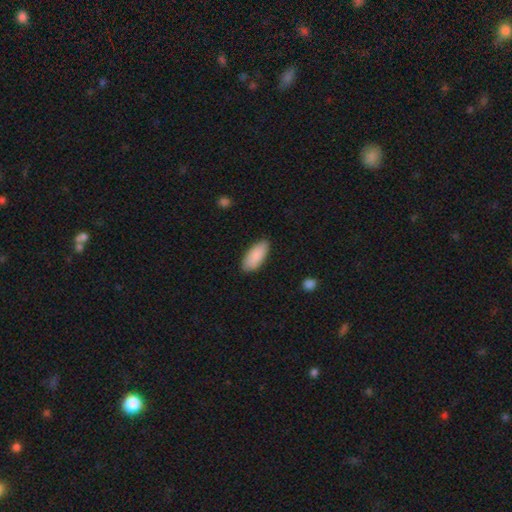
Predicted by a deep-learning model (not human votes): smooth-or-featured: smooth: 88% | featured or disk: 6% | star or artifact: 6%
  how-rounded: in between: 87% | cigar-shaped: 12% | round: 2%
  merging: none: 84% | minor disturbance: 13% | major disturbance: 2% | merger: 1%